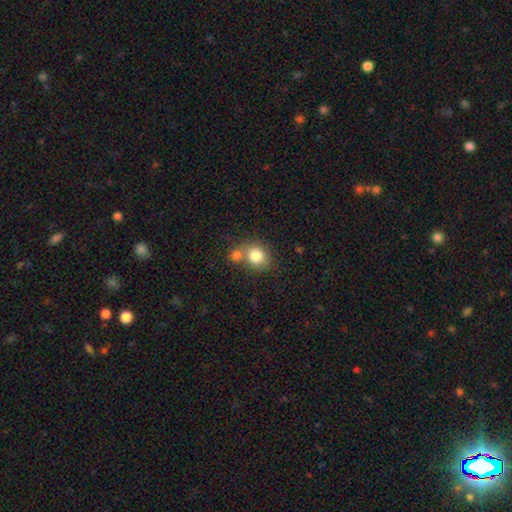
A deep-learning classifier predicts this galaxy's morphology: A smooth galaxy with no disk features (80%) that is round (77%). Merging: none (49%).